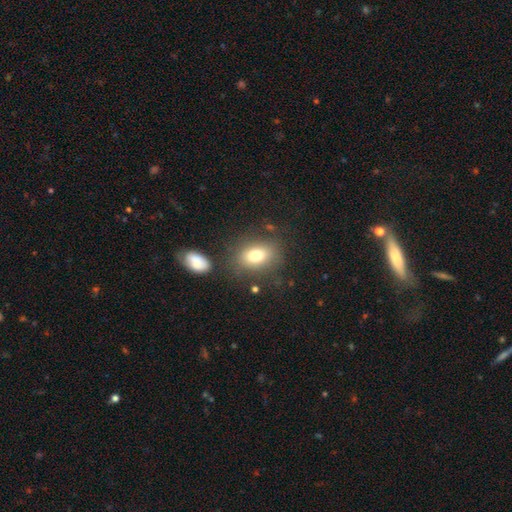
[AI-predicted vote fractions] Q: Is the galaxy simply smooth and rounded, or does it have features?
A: smooth — 76%.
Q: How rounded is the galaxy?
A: in between — 69%.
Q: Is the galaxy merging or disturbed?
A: none — 75%.